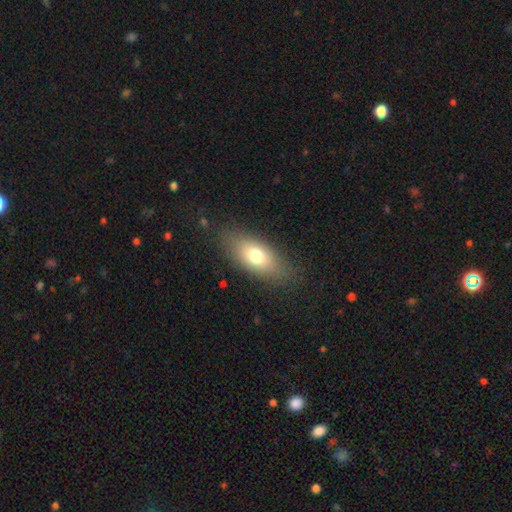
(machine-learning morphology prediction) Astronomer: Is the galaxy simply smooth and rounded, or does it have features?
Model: smooth — 74%.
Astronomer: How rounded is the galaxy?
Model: in between — 81%.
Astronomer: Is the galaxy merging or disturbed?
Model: none — 81%.